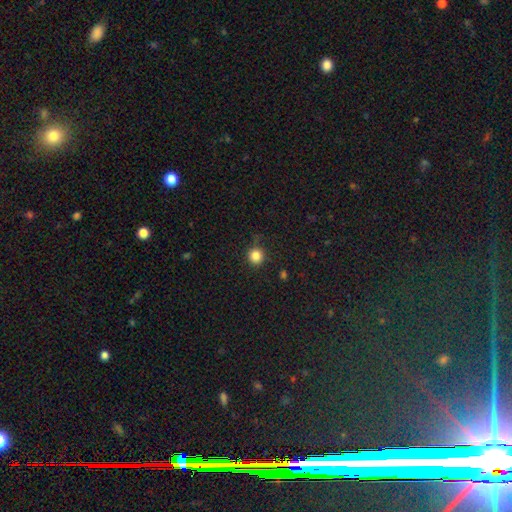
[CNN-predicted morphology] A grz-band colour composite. It shows a smooth galaxy with no disk features (84%) that is round (94%). Merging: none (86%).